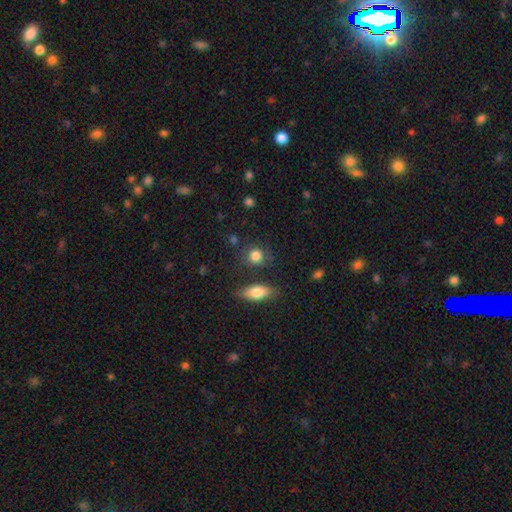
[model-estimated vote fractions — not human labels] This appears to be a smooth galaxy with no disk features (84%) that is round (79%). Merging: none (78%).